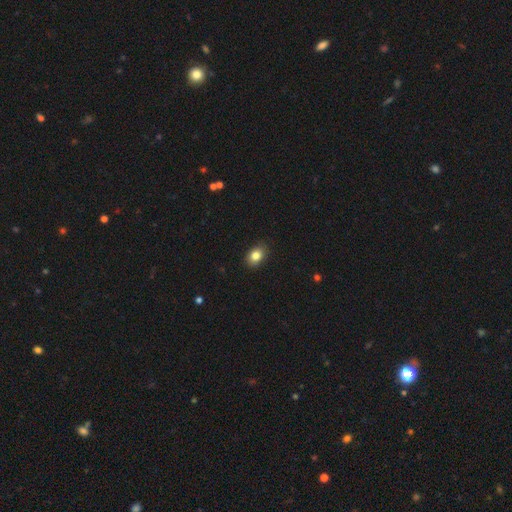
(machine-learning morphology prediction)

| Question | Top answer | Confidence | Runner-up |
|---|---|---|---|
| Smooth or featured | smooth | 84% | star or artifact (9%) |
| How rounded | in between | 73% | round (26%) |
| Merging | none | 87% | minor disturbance (10%) |